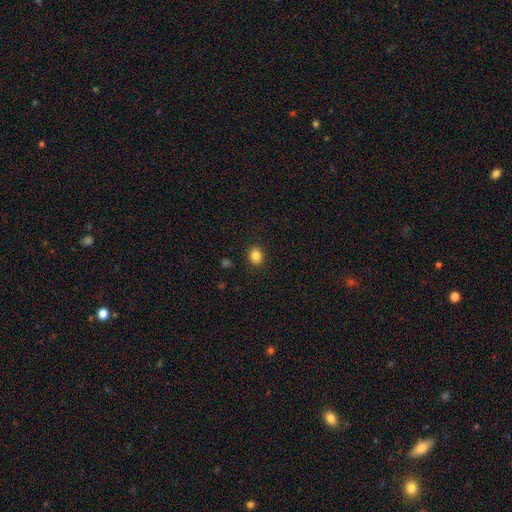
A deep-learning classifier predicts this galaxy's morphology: type=smooth (84%); roundness=round (72%); merging=none (91%).